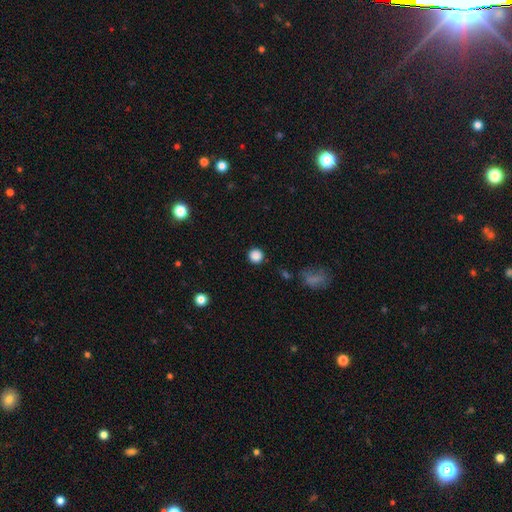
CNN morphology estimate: smooth_or_featured: smooth (p=0.86) [alt: star or artifact p=0.11]
how_rounded: round (p=0.93) [alt: in between p=0.06]
merging: none (p=0.88) [alt: minor disturbance p=0.07]